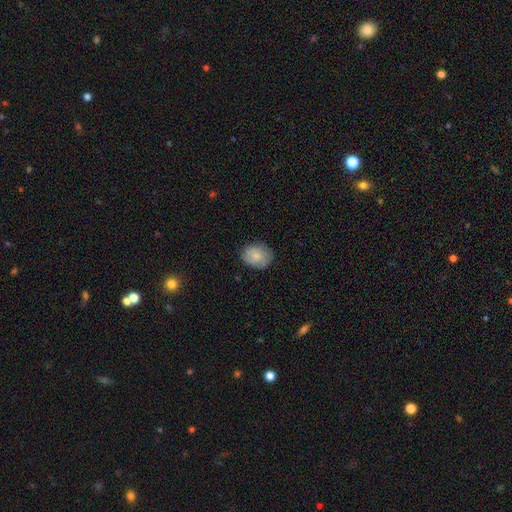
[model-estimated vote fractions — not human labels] Morphology: type=smooth (83%); roundness=in between (53%); merging=none (79%).